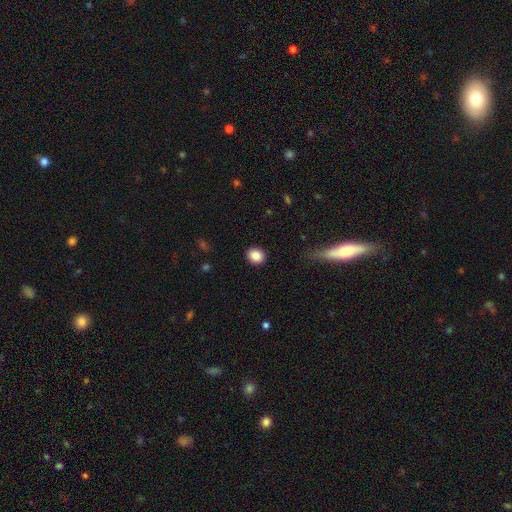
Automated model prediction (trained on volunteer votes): Q: Smooth or featured?
A: smooth (88%); runner-up: star or artifact (9%)
Q: How rounded?
A: round (73%); runner-up: in between (26%)
Q: Merging?
A: none (90%); runner-up: minor disturbance (6%)